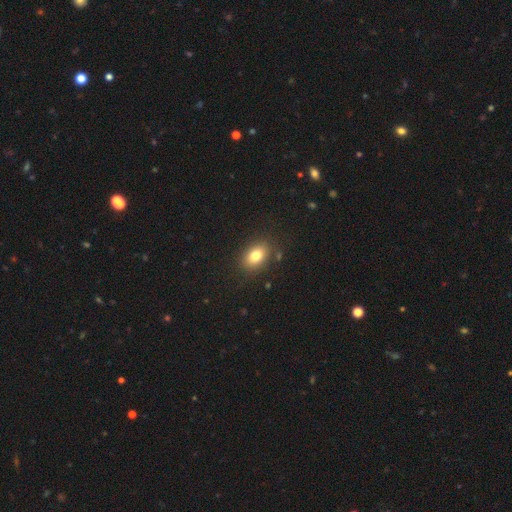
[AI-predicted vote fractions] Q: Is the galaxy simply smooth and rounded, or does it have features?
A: smooth — 80%.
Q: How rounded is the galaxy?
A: in between — 79%.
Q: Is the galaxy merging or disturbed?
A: none — 85%.